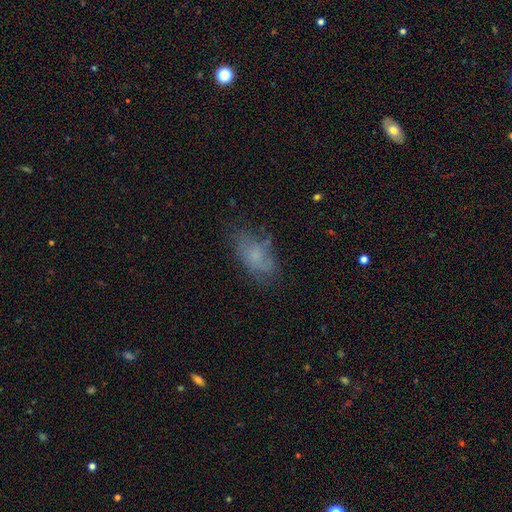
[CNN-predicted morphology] Smooth or featured?
  - smooth: 57% *
  - featured or disk: 32%
  - star or artifact: 11%
How rounded?
  - in between: 89% *
  - round: 6%
  - cigar-shaped: 5%
Merging?
  - none: 61% *
  - minor disturbance: 25%
  - major disturbance: 12%
  - merger: 3%